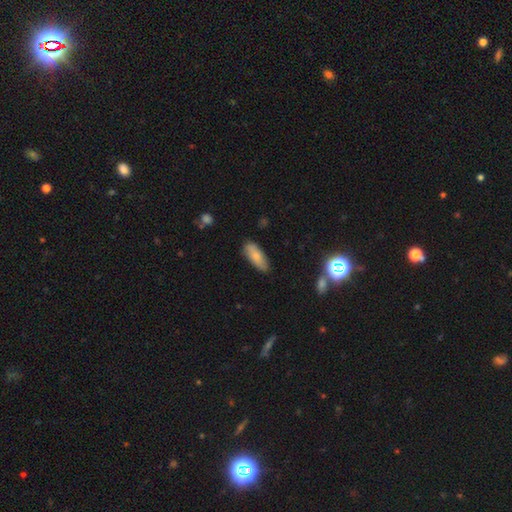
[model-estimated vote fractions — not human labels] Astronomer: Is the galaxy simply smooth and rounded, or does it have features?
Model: smooth — 77%.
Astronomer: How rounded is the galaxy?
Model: in between — 76%.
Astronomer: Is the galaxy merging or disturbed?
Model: none — 80%.